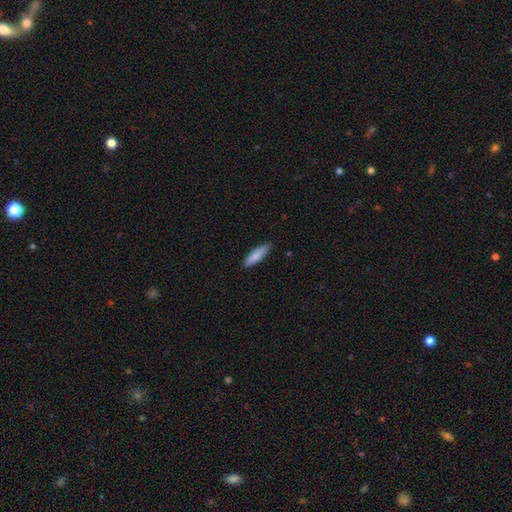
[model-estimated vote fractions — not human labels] smooth_or_featured: smooth (p=0.85) [alt: featured or disk p=0.09]
how_rounded: cigar-shaped (p=0.61) [alt: in between p=0.38]
merging: none (p=0.83) [alt: minor disturbance p=0.14]